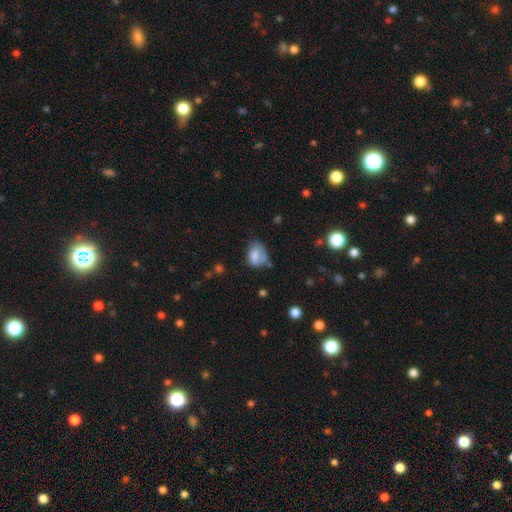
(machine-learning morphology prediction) smooth_or_featured: smooth (p=0.76) [alt: featured or disk p=0.15]
how_rounded: in between (p=0.69) [alt: round p=0.30]
merging: none (p=0.41) [alt: minor disturbance p=0.35]